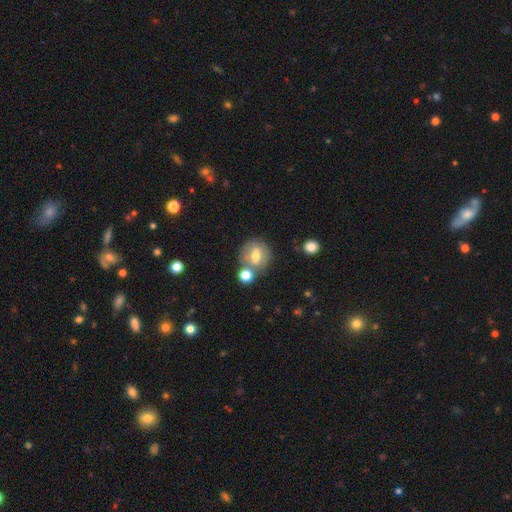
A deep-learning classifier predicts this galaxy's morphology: Q: Smooth or featured?
A: smooth (64%); runner-up: featured or disk (27%)
Q: How rounded?
A: round (73%); runner-up: in between (25%)
Q: Merging?
A: none (61%); runner-up: merger (22%)